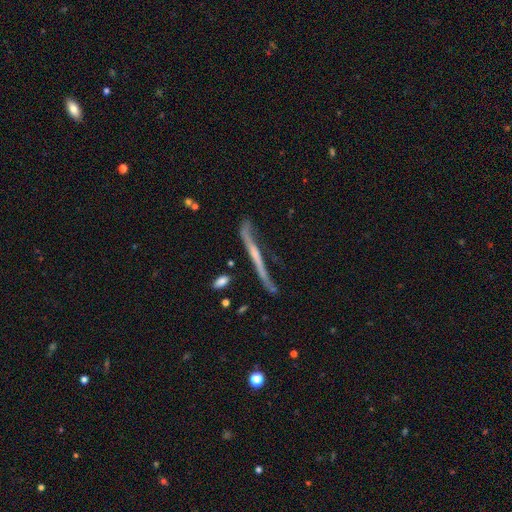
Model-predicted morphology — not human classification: Smooth or featured?
  - featured or disk: 67% *
  - smooth: 26%
  - star or artifact: 8%
Edge-on disk?
  - yes: 88% *
  - no: 12%
Edge-on bulge?
  - none: 66% *
  - rounded: 23%
  - boxy: 11%
Merging?
  - none: 59% *
  - minor disturbance: 24%
  - major disturbance: 12%
  - merger: 5%